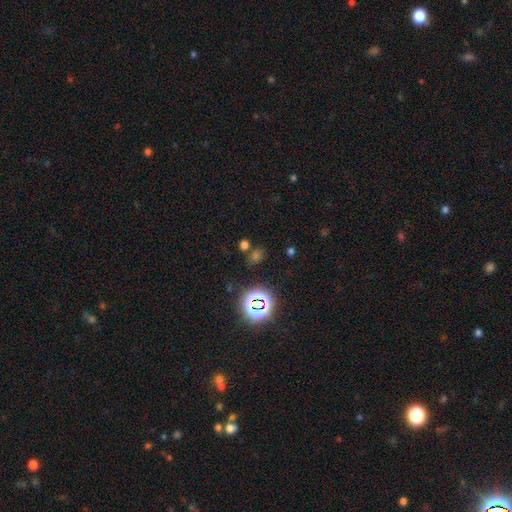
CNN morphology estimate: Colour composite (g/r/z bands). It shows a star or artifact, not a galaxy (52%).